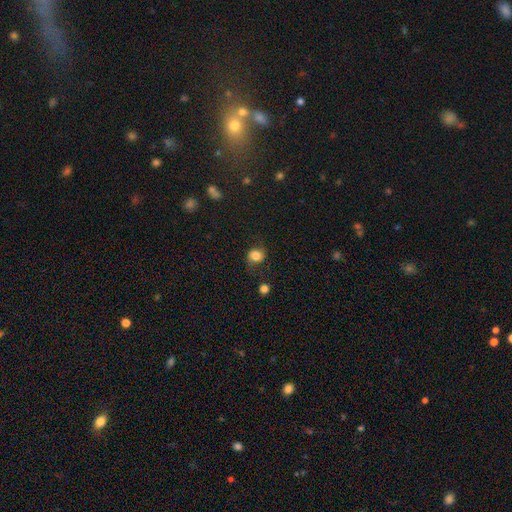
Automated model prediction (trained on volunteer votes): smooth-or-featured: smooth: 75% | featured or disk: 14% | star or artifact: 10%
  how-rounded: round: 73% | in between: 26% | cigar-shaped: 1%
  merging: none: 70% | minor disturbance: 20% | major disturbance: 8% | merger: 2%